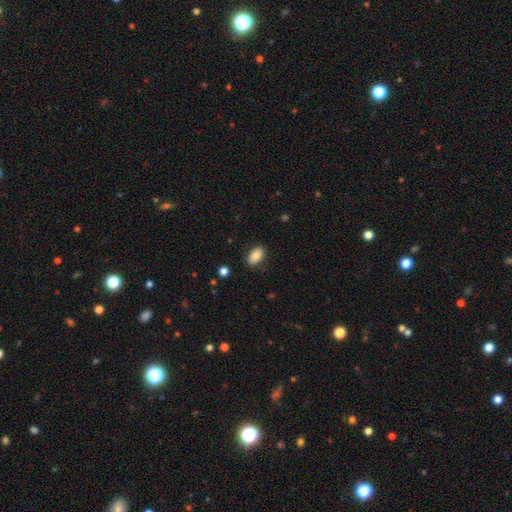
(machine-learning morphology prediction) Overall: smooth (83%). How rounded: in between (91%). Merging: none (85%).